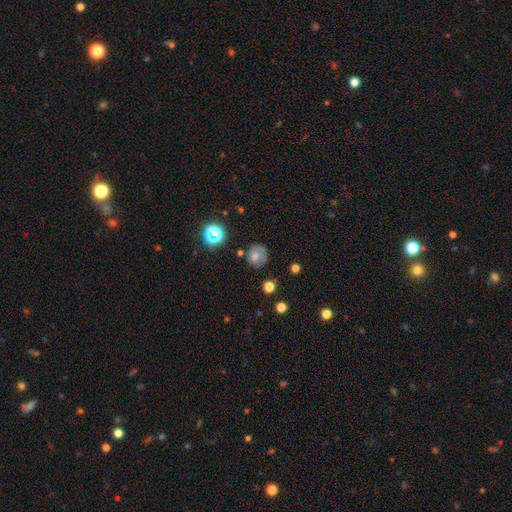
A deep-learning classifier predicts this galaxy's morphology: Q: Smooth or featured?
A: smooth (63%); runner-up: featured or disk (23%)
Q: How rounded?
A: round (83%); runner-up: in between (16%)
Q: Merging?
A: none (66%); runner-up: minor disturbance (21%)